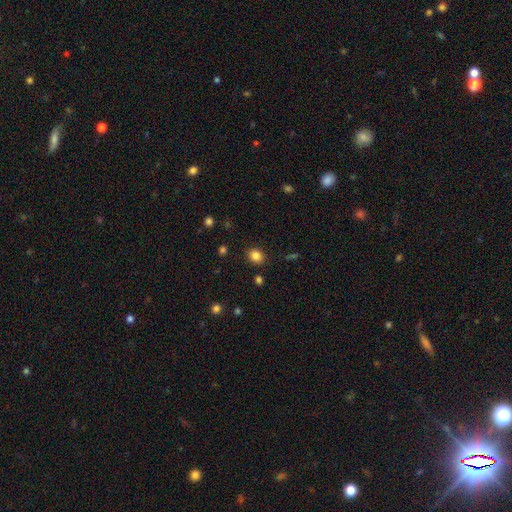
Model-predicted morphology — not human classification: A smooth galaxy with no disk features (84%) that is round (60%). Merging: none (87%).